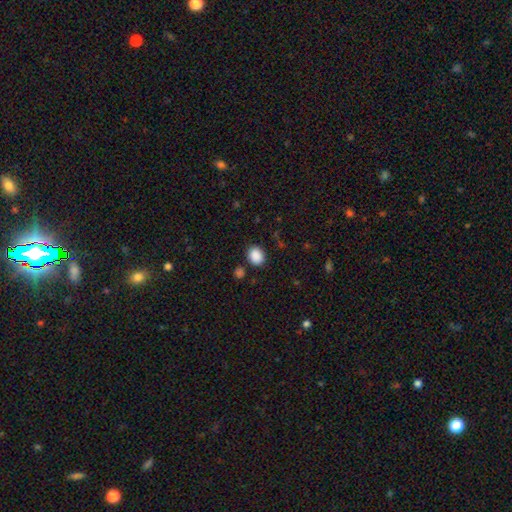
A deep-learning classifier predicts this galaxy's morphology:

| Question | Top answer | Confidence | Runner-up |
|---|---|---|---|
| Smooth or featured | smooth | 88% | star or artifact (9%) |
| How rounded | round | 53% | in between (46%) |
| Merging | none | 83% | minor disturbance (10%) |